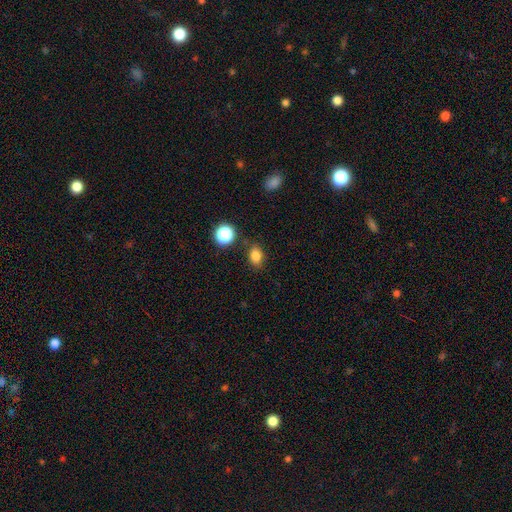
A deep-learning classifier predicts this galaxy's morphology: type=smooth (81%); roundness=in between (70%); merging=none (82%).